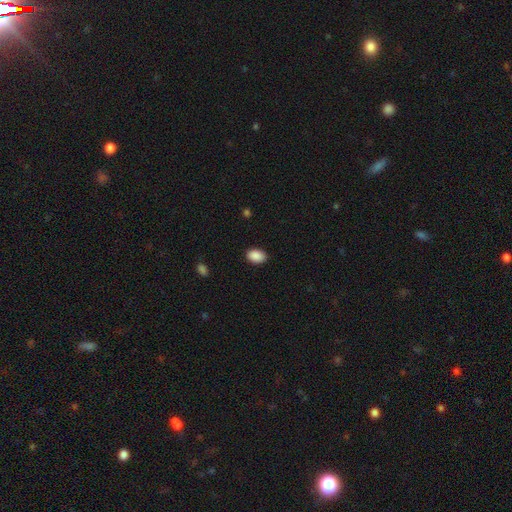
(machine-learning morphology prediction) smooth 90%, star or artifact 7%, featured or disk 3%. Down the decision tree: how rounded — in between (87%); merging — none (88%).